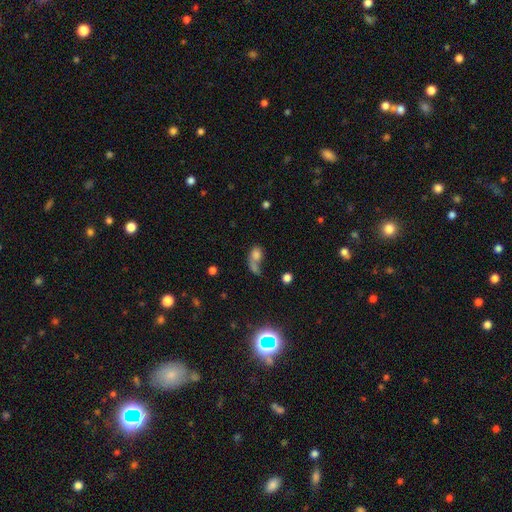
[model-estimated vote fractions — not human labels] Q: Smooth or featured?
A: smooth (59%); runner-up: star or artifact (22%)
Q: How rounded?
A: in between (57%); runner-up: round (37%)
Q: Merging?
A: merger (38%); runner-up: none (28%)